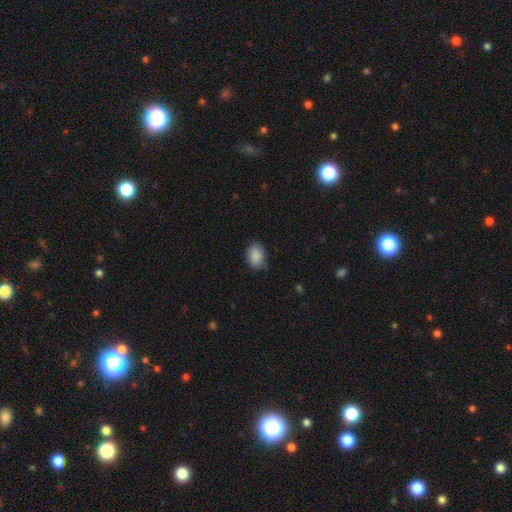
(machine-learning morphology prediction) A smooth galaxy with no disk features (89%) that is in between round and cigar-shaped (83%). Merging: none (79%).